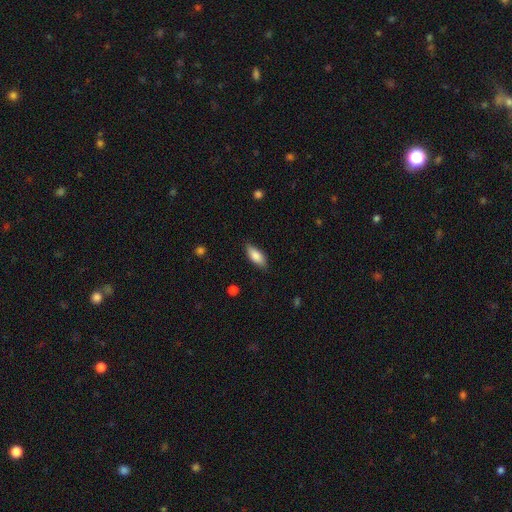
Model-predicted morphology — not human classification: This appears to be a smooth galaxy with no disk features (84%) that is in between round and cigar-shaped (80%). Merging: none (83%).